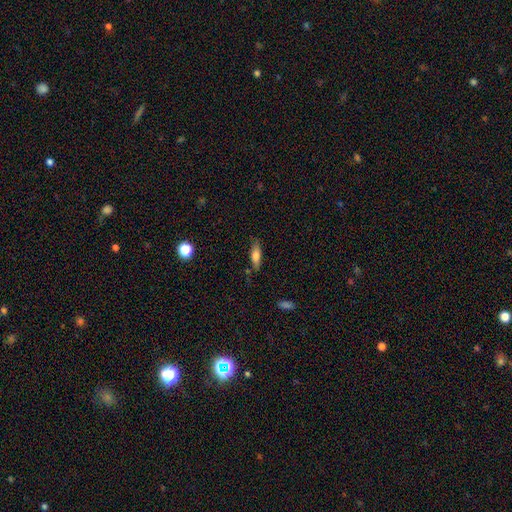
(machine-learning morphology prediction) Smooth or featured? smooth (69%)
How rounded? in between (50%)
Merging? none (76%)